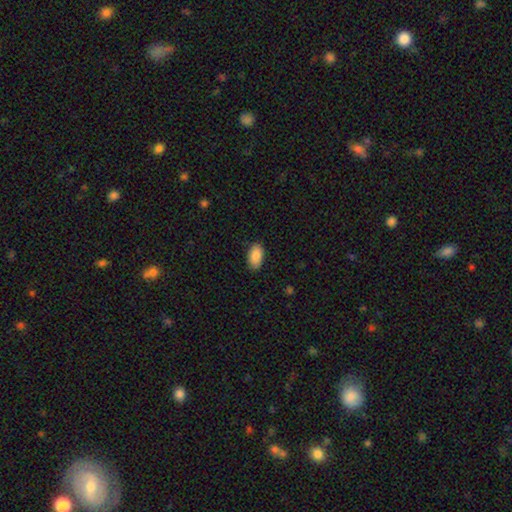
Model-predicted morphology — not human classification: smooth-or-featured: smooth: 89% | star or artifact: 6% | featured or disk: 4%
  how-rounded: in between: 94% | round: 3% | cigar-shaped: 3%
  merging: none: 85% | minor disturbance: 11% | major disturbance: 2% | merger: 1%